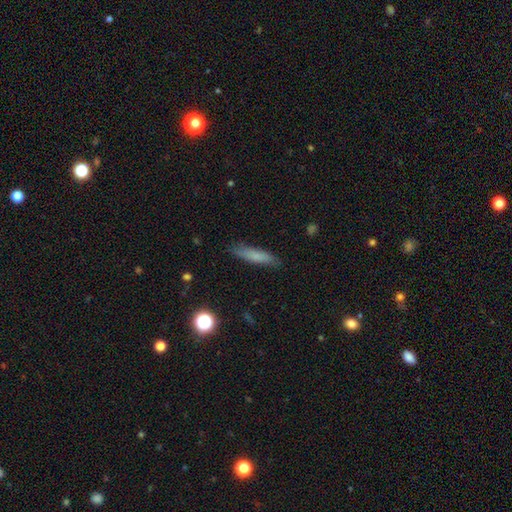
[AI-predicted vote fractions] smooth 73%, featured or disk 18%, star or artifact 9%. Down the decision tree: how rounded — cigar-shaped (84%); merging — none (84%).